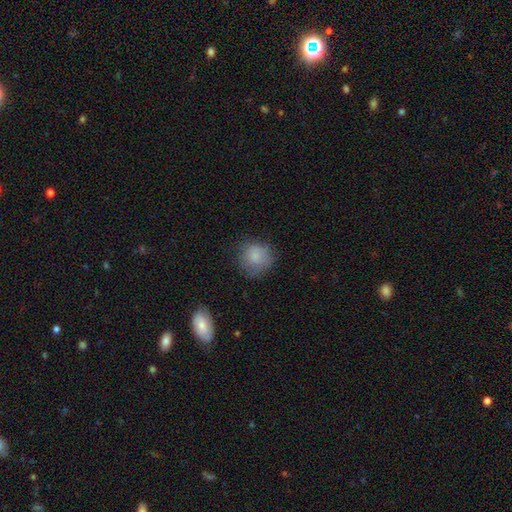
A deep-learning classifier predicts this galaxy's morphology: A smooth galaxy with no disk features (83%) that is round (88%).

Vote fractions:
- Smooth or featured? smooth: 83% / star or artifact: 9% / featured or disk: 8%
- How rounded? round: 88% / in between: 11% / cigar-shaped: 1%
- Merging? none: 71% / minor disturbance: 20% / major disturbance: 7% / merger: 1%